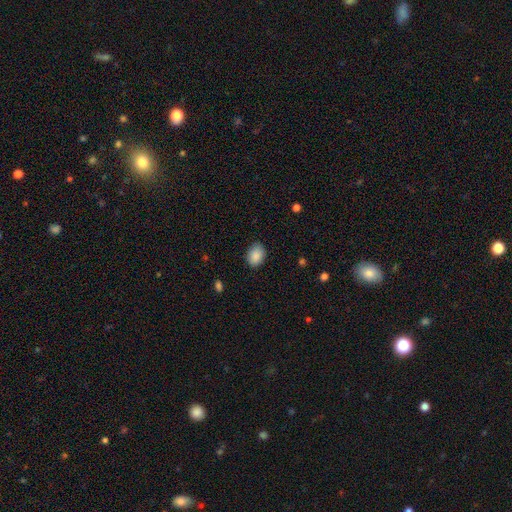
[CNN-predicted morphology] Smooth or featured?
  - smooth: 89% *
  - star or artifact: 7%
  - featured or disk: 4%
How rounded?
  - in between: 75% *
  - round: 24%
  - cigar-shaped: 1%
Merging?
  - none: 83% *
  - minor disturbance: 13%
  - major disturbance: 3%
  - merger: 1%